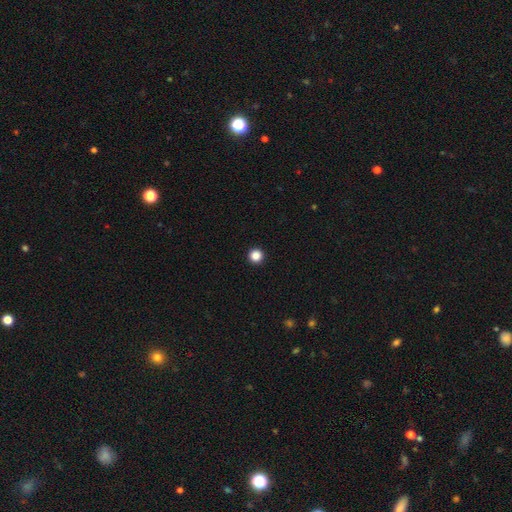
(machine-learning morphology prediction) This is clearly a smooth galaxy (86%). How rounded: clearly round (97%). Merging: clearly none (95%).